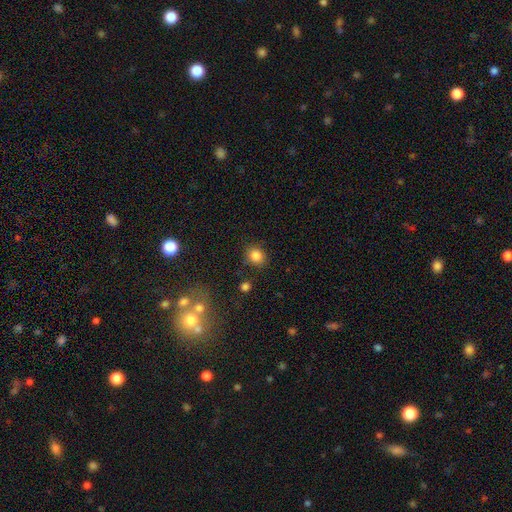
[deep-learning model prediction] Smooth or featured: smooth — 84% (star or artifact — 11%)
How rounded: round — 73% (in between — 26%)
Merging: none — 81% (minor disturbance — 12%)